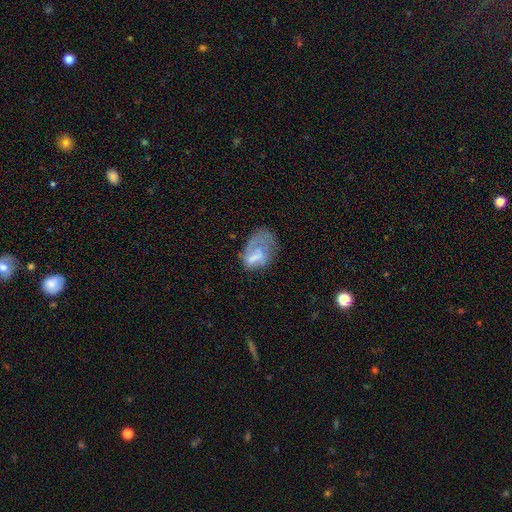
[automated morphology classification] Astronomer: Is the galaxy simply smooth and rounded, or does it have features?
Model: smooth — 52% (runner-up: featured or disk, 39%).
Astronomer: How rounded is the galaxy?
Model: in between — 84%.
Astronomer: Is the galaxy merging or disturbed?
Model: major disturbance — 45% (runner-up: none, 26%).